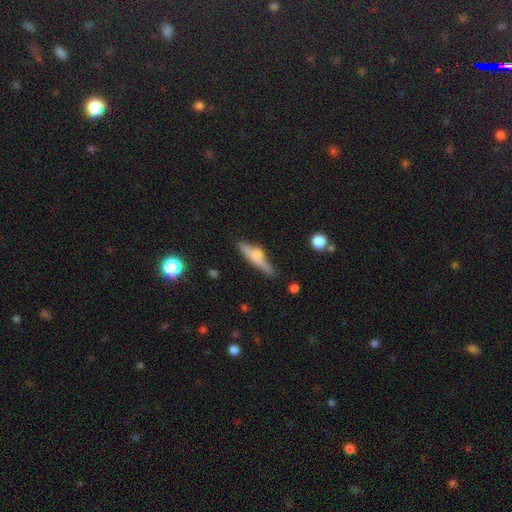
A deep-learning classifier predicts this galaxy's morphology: featured or disk 47%, smooth 45%, star or artifact 8%. Down the decision tree: merging — none (69%).